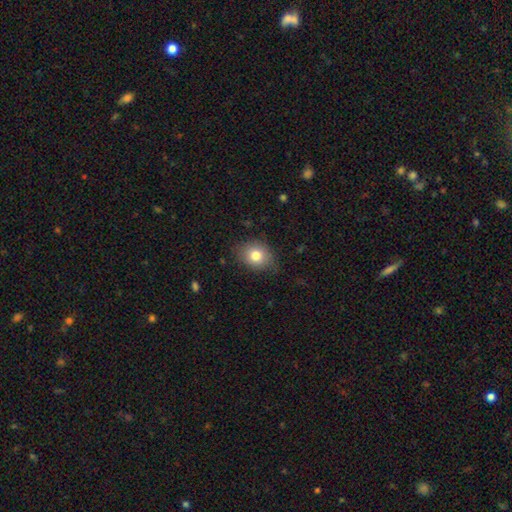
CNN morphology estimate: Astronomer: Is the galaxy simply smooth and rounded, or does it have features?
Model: smooth — 80%.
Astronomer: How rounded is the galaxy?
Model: round — 53% (runner-up: in between, 46%).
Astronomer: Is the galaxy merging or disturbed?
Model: none — 75%.